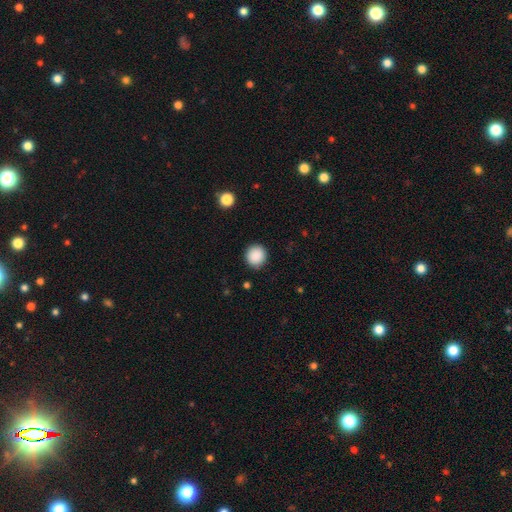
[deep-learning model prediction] This is clearly a smooth galaxy (89%). How rounded: clearly round (92%). Merging: clearly none (90%).